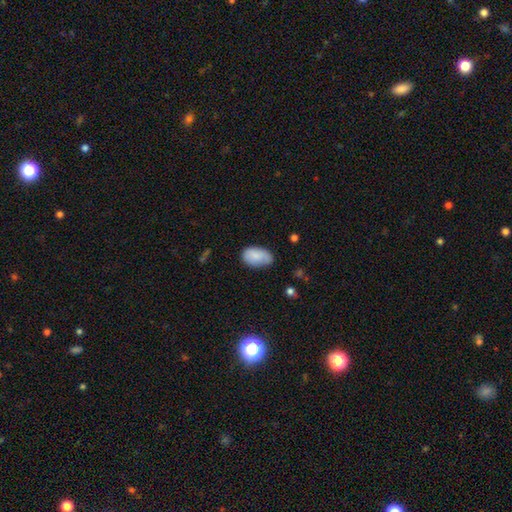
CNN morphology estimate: Smooth or featured? Predicted: smooth (p=0.84). How rounded? Predicted: in between (p=0.93). Merging? Predicted: none (p=0.61).